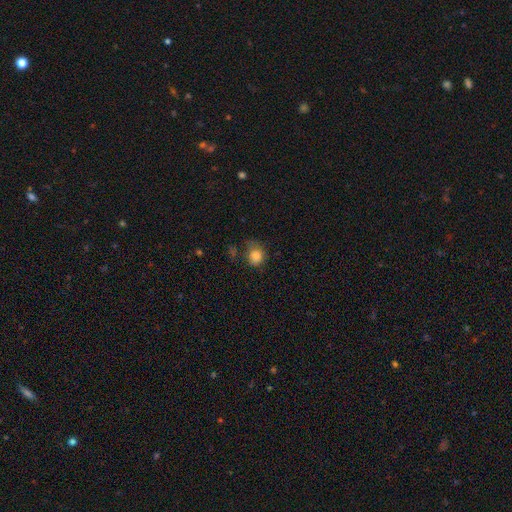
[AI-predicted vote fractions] Smooth or featured? smooth (82%)
How rounded? round (72%)
Merging? none (52%)